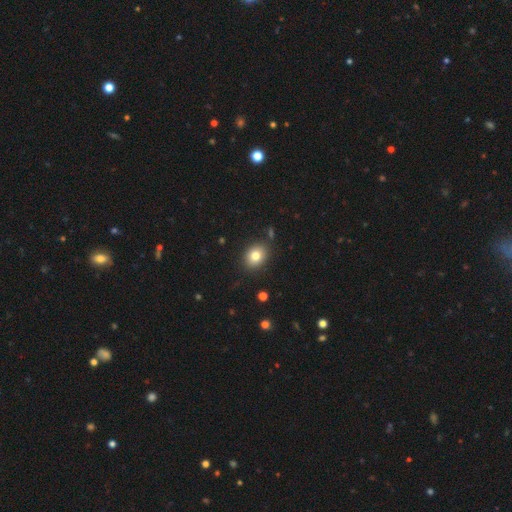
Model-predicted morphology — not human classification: type=smooth (81%); roundness=in between (52%); merging=none (86%).